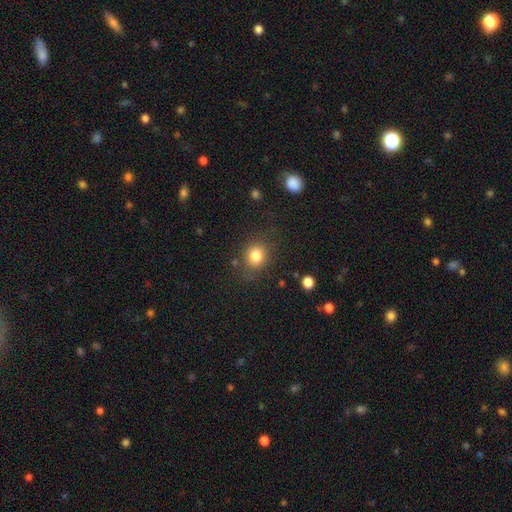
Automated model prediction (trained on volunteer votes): A smooth galaxy with no disk features (82%) that is round (68%).

Vote fractions:
- Smooth or featured? smooth: 82% / star or artifact: 11% / featured or disk: 7%
- How rounded? round: 68% / in between: 31% / cigar-shaped: 1%
- Merging? none: 79% / minor disturbance: 13% / major disturbance: 5% / merger: 3%